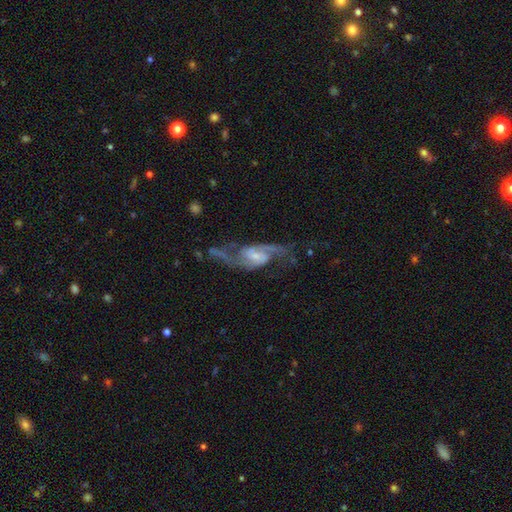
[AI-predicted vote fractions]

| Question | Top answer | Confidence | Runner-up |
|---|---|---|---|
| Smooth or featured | featured or disk | 88% | smooth (7%) |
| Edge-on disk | no | 96% | yes (4%) |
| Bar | weak | 50% | no (31%) |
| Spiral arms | yes | 96% | no (4%) |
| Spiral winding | loose | 55% | medium (36%) |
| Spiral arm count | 2 | 91% | can't tell (3%) |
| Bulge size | small | 55% | moderate (28%) |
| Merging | none | 56% | major disturbance (21%) |